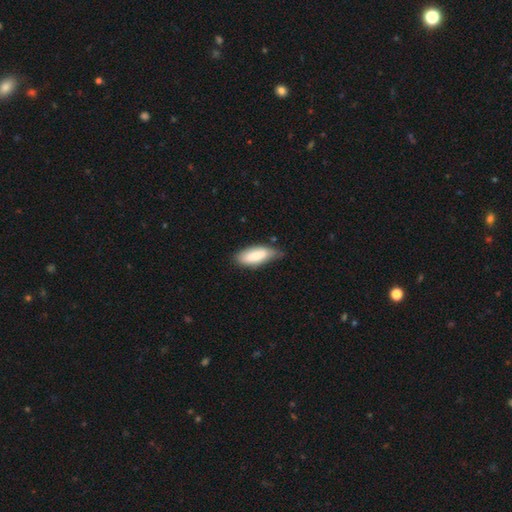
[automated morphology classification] Smooth or featured?
  - smooth: 79% *
  - featured or disk: 16%
  - star or artifact: 6%
How rounded?
  - in between: 77% *
  - cigar-shaped: 21%
  - round: 2%
Merging?
  - none: 58% *
  - minor disturbance: 34%
  - major disturbance: 6%
  - merger: 2%